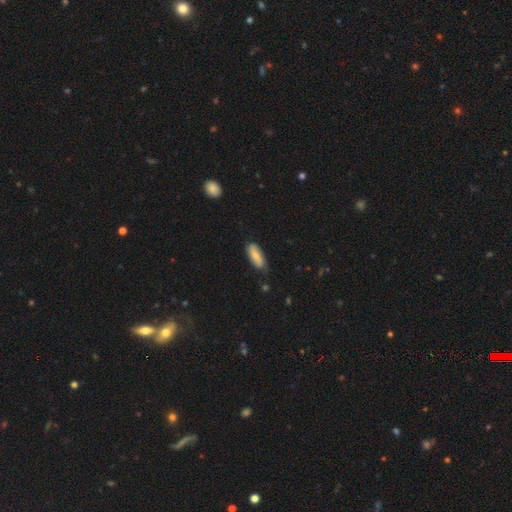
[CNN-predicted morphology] A smooth galaxy with no disk features (73%) that is in between round and cigar-shaped (69%).

Vote fractions:
- Smooth or featured? smooth: 73% / featured or disk: 20% / star or artifact: 6%
- How rounded? in between: 69% / cigar-shaped: 29% / round: 2%
- Merging? none: 69% / minor disturbance: 25% / major disturbance: 4% / merger: 2%